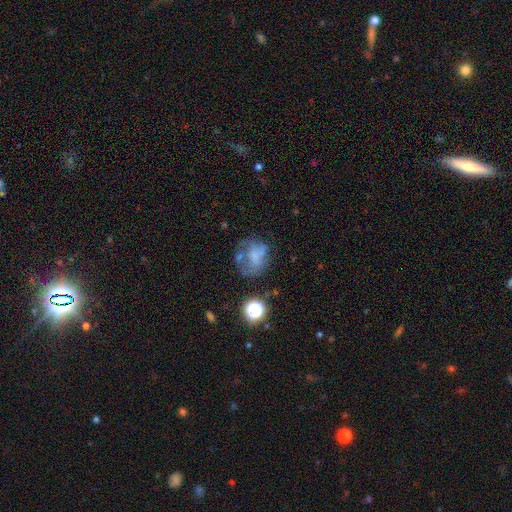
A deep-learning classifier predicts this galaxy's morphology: smooth 47%, featured or disk 36%, star or artifact 17%. Down the decision tree: merging — none (41%).